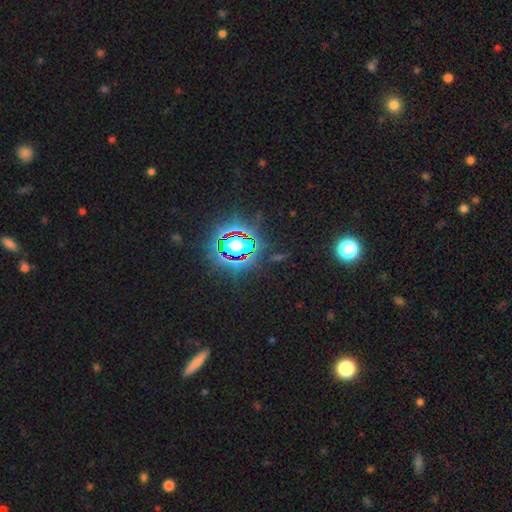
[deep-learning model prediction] Smooth or featured: star or artifact — 81% (smooth — 11%)